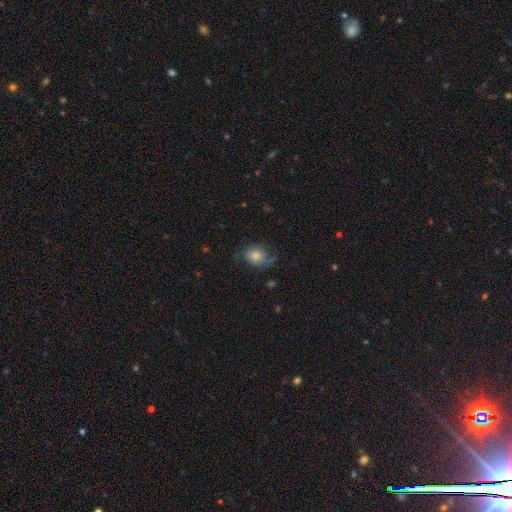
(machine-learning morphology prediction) A smooth galaxy with no disk features (48%). Merging: none (62%).